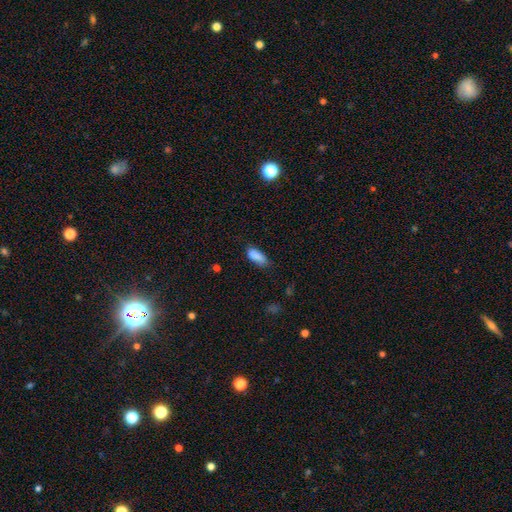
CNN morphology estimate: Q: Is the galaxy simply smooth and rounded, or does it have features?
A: smooth — 87%.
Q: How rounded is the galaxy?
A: in between — 77%.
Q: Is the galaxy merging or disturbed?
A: none — 65%.